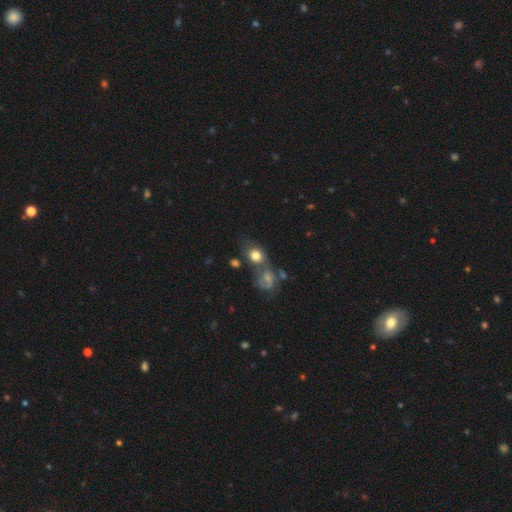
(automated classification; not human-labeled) Smooth or featured? Predicted: smooth (p=0.72). How rounded? Predicted: round (p=0.54). Merging? Predicted: none (p=0.38, tied with merger).